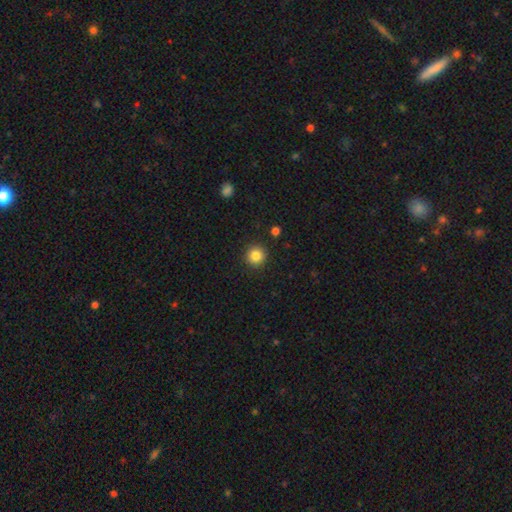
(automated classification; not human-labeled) The model was most divided on "smooth or featured": smooth: 84%, star or artifact: 11%, featured or disk: 5%. More confident: how rounded — round (95%); merging — none (92%).